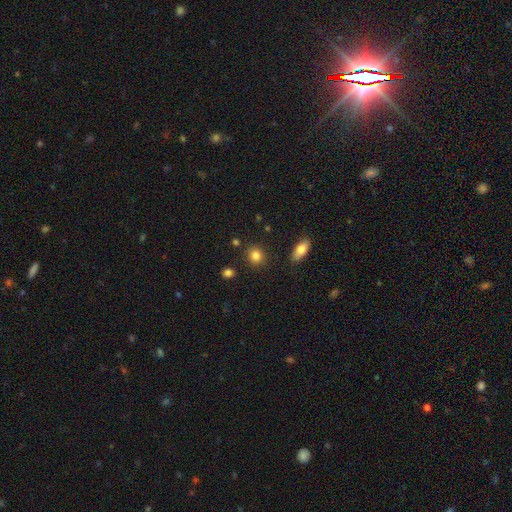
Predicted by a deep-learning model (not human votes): Smooth or featured? Predicted: smooth (p=0.85). How rounded? Predicted: round (p=0.75). Merging? Predicted: none (p=0.87).